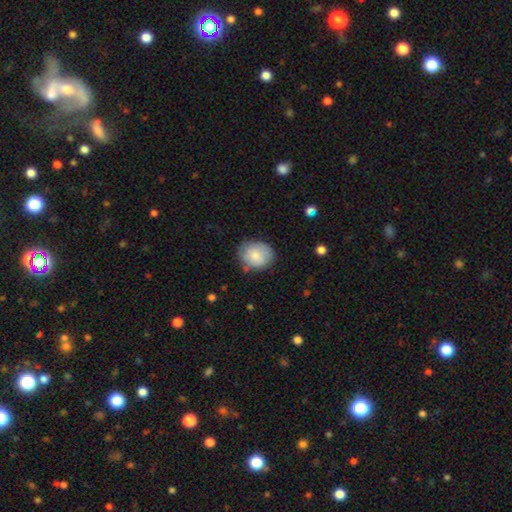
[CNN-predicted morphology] The model was most divided on "how rounded": round: 61%, in between: 38%, cigar-shaped: 1%. More confident: smooth or featured — smooth (80%); merging — none (72%).